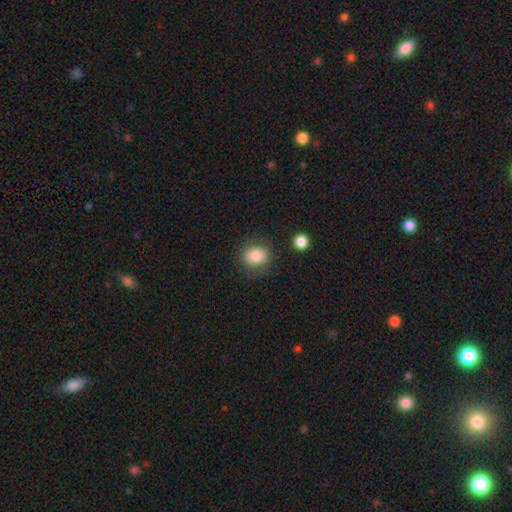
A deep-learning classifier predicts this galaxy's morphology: type=smooth (82%); roundness=round (56%); merging=none (78%).